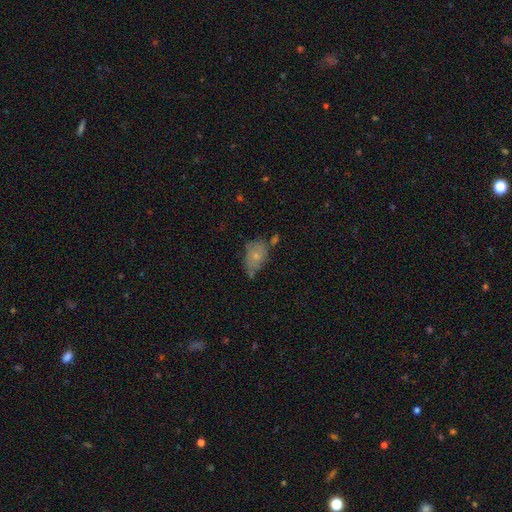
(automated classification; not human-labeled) smooth 63%, featured or disk 27%, star or artifact 10%. Down the decision tree: how rounded — in between (83%); merging — none (43%).